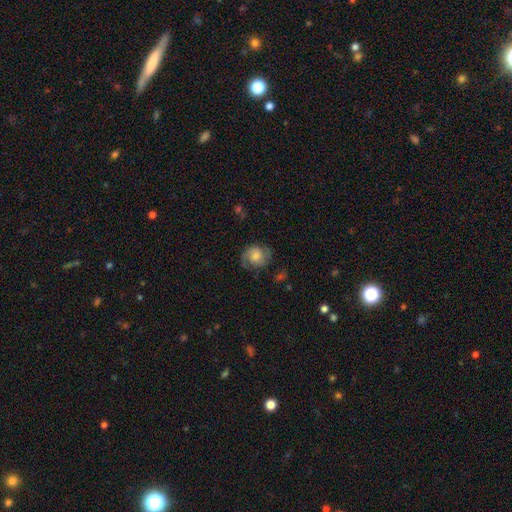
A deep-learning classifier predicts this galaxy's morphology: A featured or disk galaxy (52%) with no bar (67%), spiral arms (87%) and a moderate central bulge (46%). Merging: none (68%).